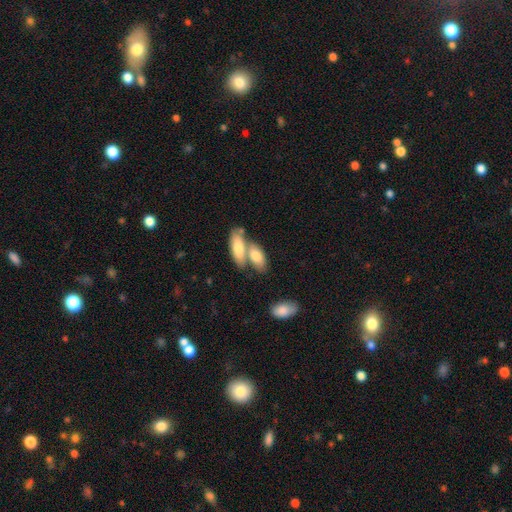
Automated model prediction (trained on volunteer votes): The model was most divided on "merging": merger: 54%, none: 34%, minor disturbance: 9%, major disturbance: 4%. More confident: how rounded — in between (83%); smooth or featured — smooth (78%).